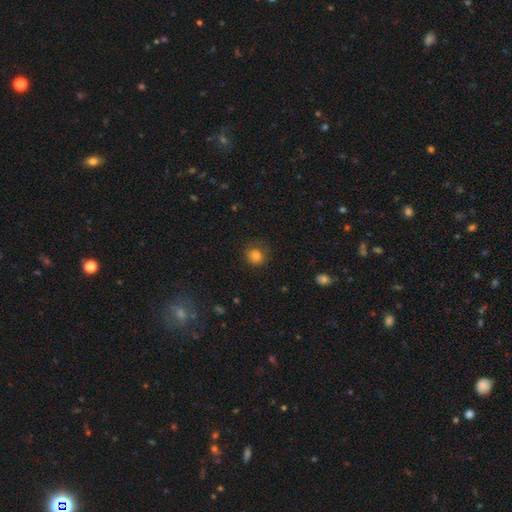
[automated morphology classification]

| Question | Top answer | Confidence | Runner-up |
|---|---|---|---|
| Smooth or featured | smooth | 81% | star or artifact (12%) |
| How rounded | round | 83% | in between (16%) |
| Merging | none | 75% | minor disturbance (17%) |